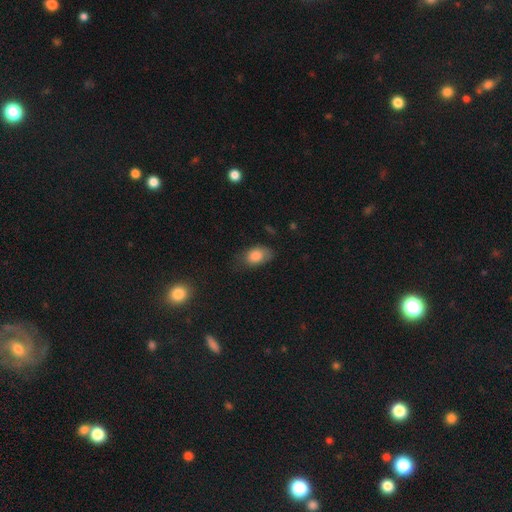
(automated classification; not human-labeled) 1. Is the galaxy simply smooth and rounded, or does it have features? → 82% smooth, 10% featured or disk, 8% star or artifact.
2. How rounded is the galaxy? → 86% in between, 12% round, 2% cigar-shaped.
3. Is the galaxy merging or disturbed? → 58% none, 30% minor disturbance, 10% major disturbance, 2% merger.